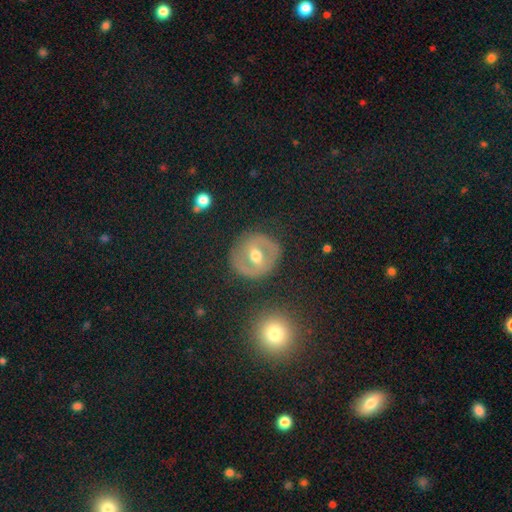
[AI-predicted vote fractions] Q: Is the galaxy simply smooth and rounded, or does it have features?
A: featured or disk — 58%.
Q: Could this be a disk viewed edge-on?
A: no — 94%.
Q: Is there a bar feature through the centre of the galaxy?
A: weak — 38%.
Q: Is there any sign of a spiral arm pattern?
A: no — 64%.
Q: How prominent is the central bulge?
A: moderate — 79%.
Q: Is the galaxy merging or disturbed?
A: none — 86%.